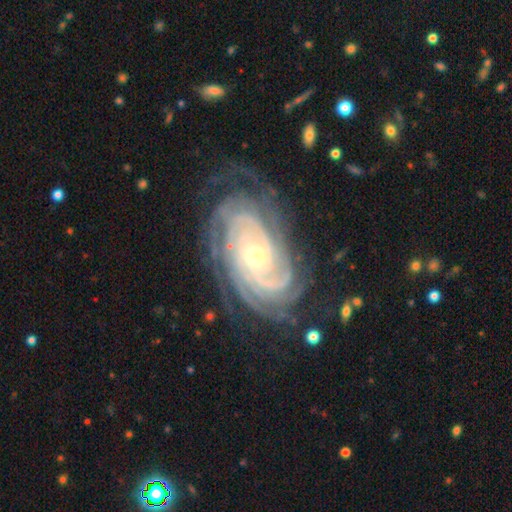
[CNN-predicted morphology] A featured or disk galaxy (91%) with no bar (66%), 4 (27%) tight (83%) spiral arms (98%) and a small central bulge (56%). Merging: none (72%).